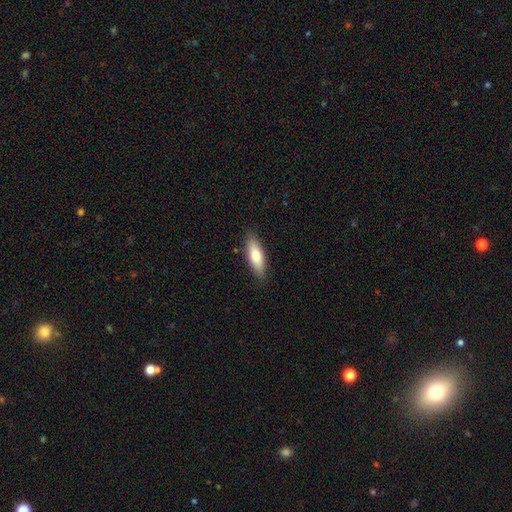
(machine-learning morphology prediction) smooth-or-featured: smooth: 74% | featured or disk: 20% | star or artifact: 6%
  how-rounded: in between: 61% | cigar-shaped: 37% | round: 2%
  merging: none: 87% | minor disturbance: 10% | major disturbance: 2% | merger: 1%